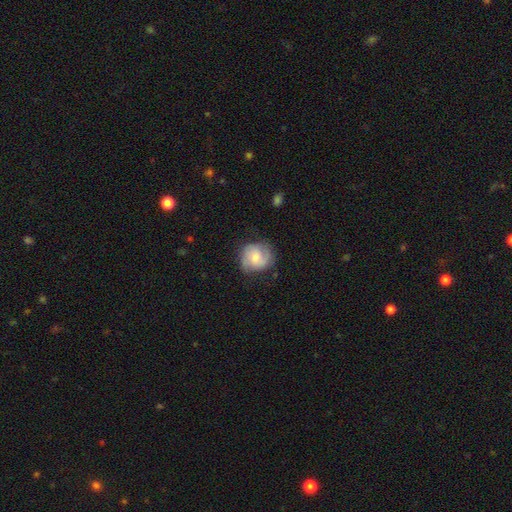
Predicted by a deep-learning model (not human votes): The model was most divided on "bulge size": moderate: 47%, small: 42%, large: 5%, none: 5%, dominant: 1%. More confident: edge-on disk — no (98%); spiral arms — yes (90%); merging — none (73%); bar — no (62%); smooth or featured — featured or disk (56%).